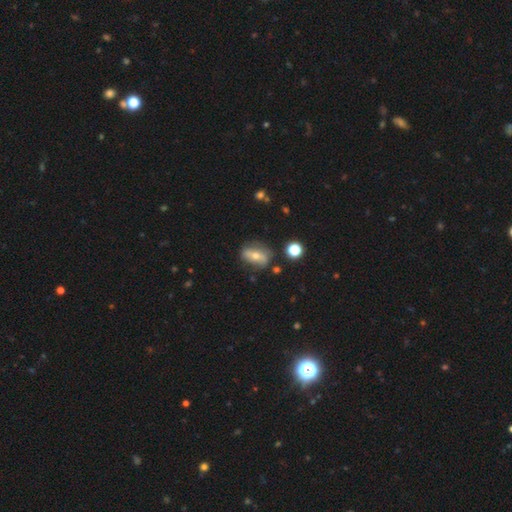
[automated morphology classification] This appears to be a smooth galaxy with no disk features (47%). Merging: none (69%).